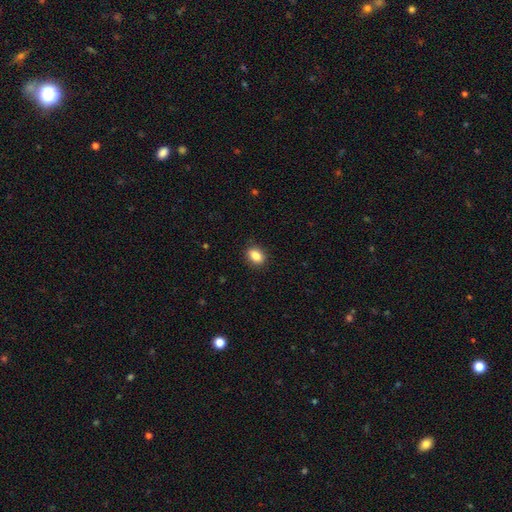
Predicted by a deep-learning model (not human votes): Smooth or featured: smooth — 86% (star or artifact — 9%)
How rounded: in between — 72% (round — 27%)
Merging: none — 88% (minor disturbance — 9%)